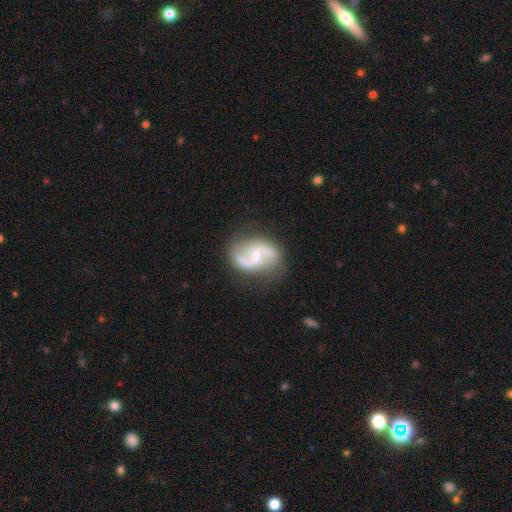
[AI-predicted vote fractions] Smooth or featured? featured or disk (89%)
Edge-on disk? no (98%)
Bar? weak (44%)
Spiral arms? yes (97%)
Spiral winding? loose (54%)
Spiral arm count? 2 (94%)
Bulge size? small (51%)
Merging? none (80%)